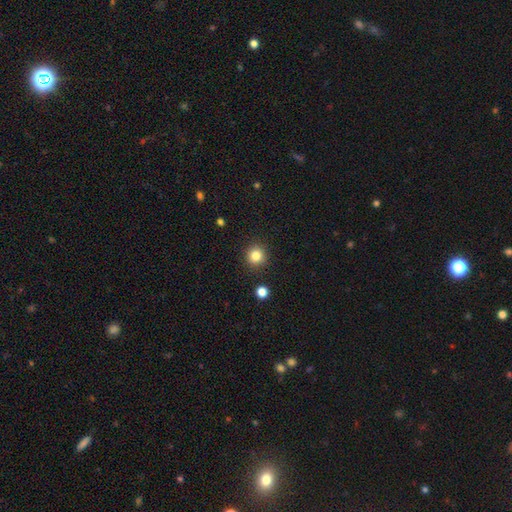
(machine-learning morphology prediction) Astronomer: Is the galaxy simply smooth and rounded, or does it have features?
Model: smooth — 84%.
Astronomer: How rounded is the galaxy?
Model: round — 93%.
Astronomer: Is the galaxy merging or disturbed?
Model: none — 90%.